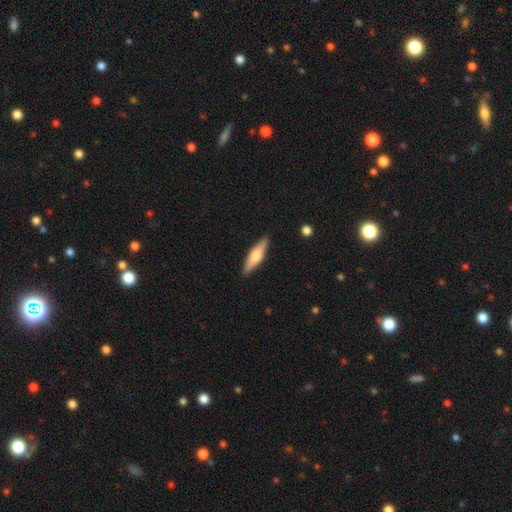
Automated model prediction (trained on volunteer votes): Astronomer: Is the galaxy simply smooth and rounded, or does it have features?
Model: smooth — 58% (runner-up: featured or disk, 37%).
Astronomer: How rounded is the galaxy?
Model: cigar-shaped — 66%.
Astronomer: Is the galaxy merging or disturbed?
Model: none — 88%.